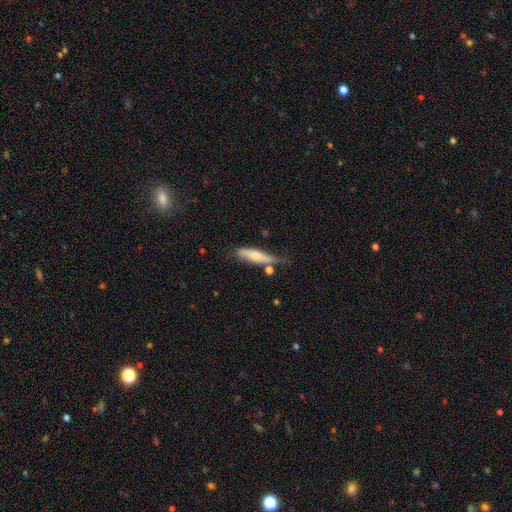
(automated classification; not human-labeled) Q: Smooth or featured?
A: smooth (57%); runner-up: featured or disk (37%)
Q: How rounded?
A: cigar-shaped (76%); runner-up: in between (22%)
Q: Merging?
A: none (57%); runner-up: minor disturbance (26%)